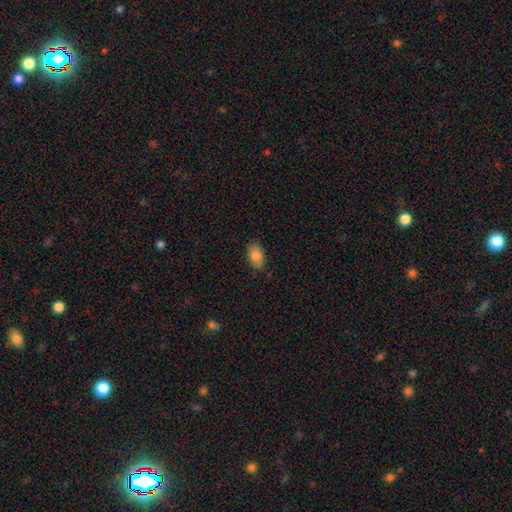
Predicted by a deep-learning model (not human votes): Smooth or featured?
  - smooth: 85% *
  - featured or disk: 8%
  - star or artifact: 7%
How rounded?
  - in between: 92% *
  - round: 6%
  - cigar-shaped: 2%
Merging?
  - none: 85% *
  - minor disturbance: 12%
  - major disturbance: 2%
  - merger: 1%